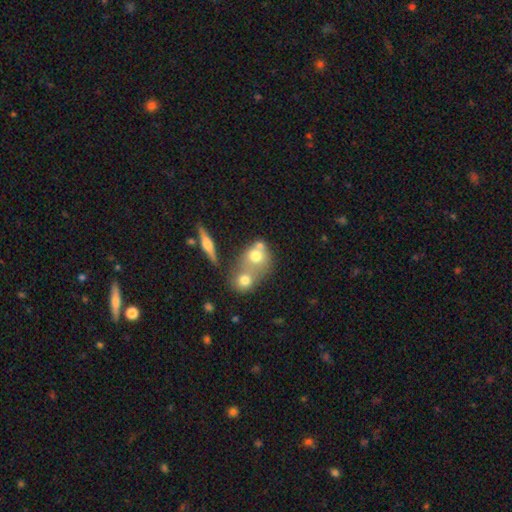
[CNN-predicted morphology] Smooth or featured?
  - smooth: 65% *
  - featured or disk: 24%
  - star or artifact: 10%
How rounded?
  - round: 61% *
  - in between: 36%
  - cigar-shaped: 2%
Merging?
  - merger: 59% *
  - none: 27%
  - minor disturbance: 8%
  - major disturbance: 6%